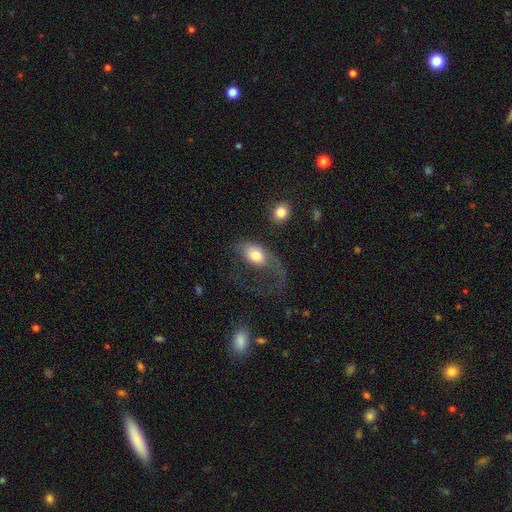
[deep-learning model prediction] This appears to be a smooth galaxy with no disk features (58%) that is in between round and cigar-shaped (85%). Merging: major disturbance (63%).